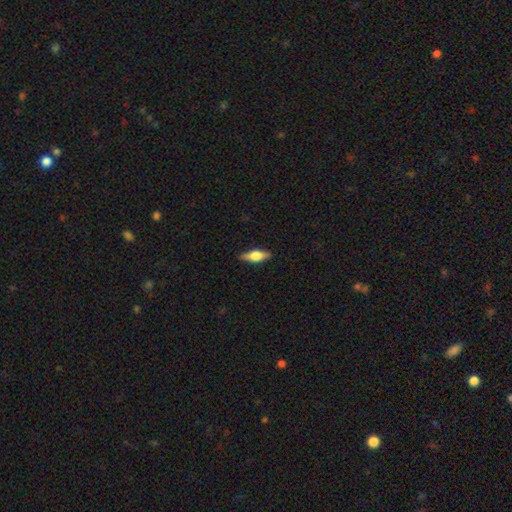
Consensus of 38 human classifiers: This is likely a featured or disk galaxy (61%). It is clearly viewed edge-on (91%). Edge-on bulge: clearly rounded (95%). Merging: clearly none (89%).